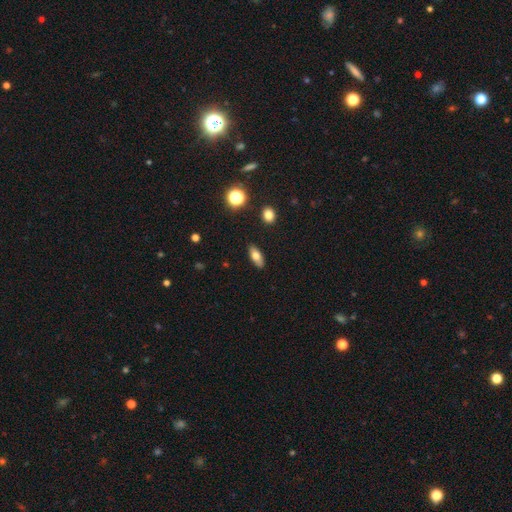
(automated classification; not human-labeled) Q: Smooth or featured?
A: smooth (69%); runner-up: featured or disk (22%)
Q: How rounded?
A: in between (77%); runner-up: cigar-shaped (18%)
Q: Merging?
A: none (88%); runner-up: minor disturbance (9%)